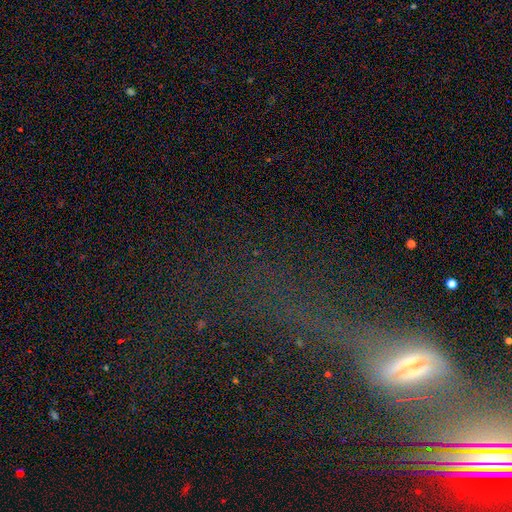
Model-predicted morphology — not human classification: star or artifact 62%, featured or disk 19%, smooth 18%.